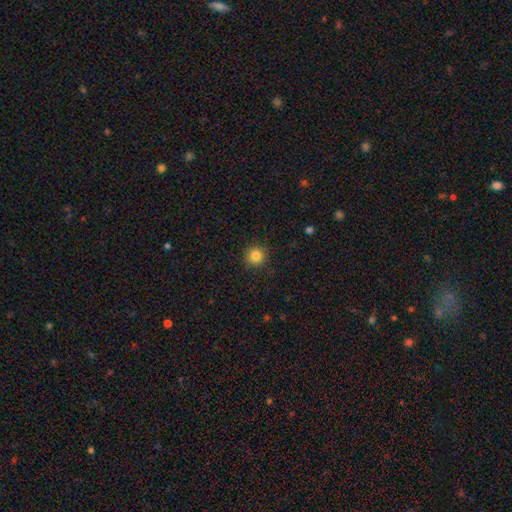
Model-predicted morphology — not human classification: Smooth or featured? Predicted: smooth (p=0.84). How rounded? Predicted: round (p=0.94). Merging? Predicted: none (p=0.91).